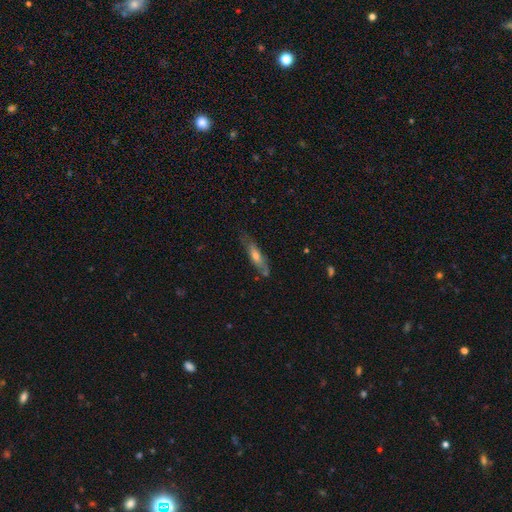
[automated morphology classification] Overall: smooth (51%; featured or disk 43%). How rounded: cigar-shaped (68%; in between 30%). Merging: none (66%).